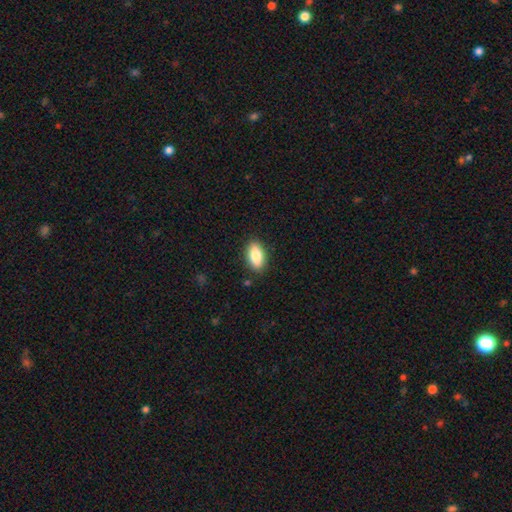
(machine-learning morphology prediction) type=smooth (82%); roundness=in between (88%); merging=none (87%).